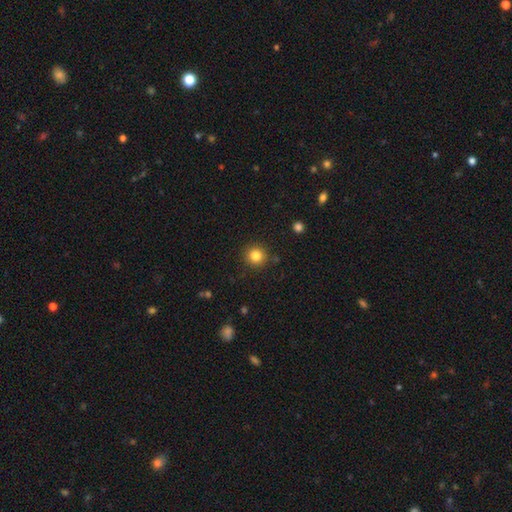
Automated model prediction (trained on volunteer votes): smooth_or_featured: smooth (p=0.83) [alt: star or artifact p=0.11]
how_rounded: round (p=0.94) [alt: in between p=0.05]
merging: none (p=0.89) [alt: minor disturbance p=0.06]